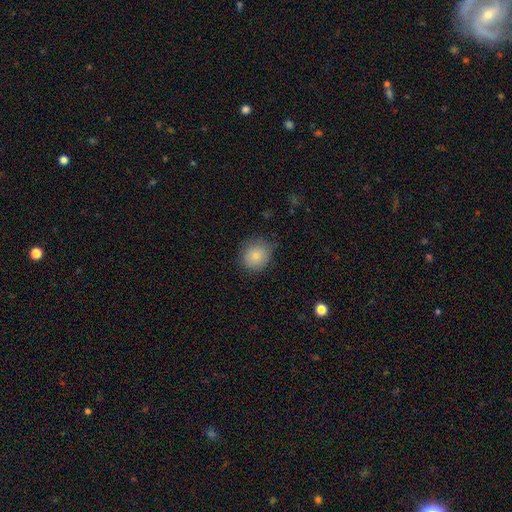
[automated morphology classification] Smooth or featured: smooth — 81% (featured or disk — 10%)
How rounded: round — 81% (in between — 18%)
Merging: none — 72% (minor disturbance — 22%)